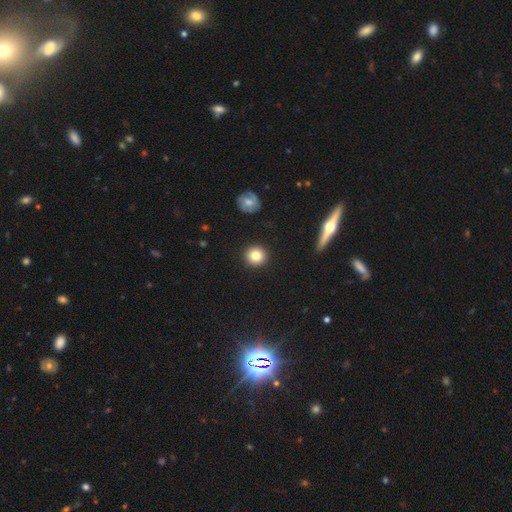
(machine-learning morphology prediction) Smooth or featured?
  - smooth: 83% *
  - star or artifact: 9%
  - featured or disk: 8%
How rounded?
  - round: 93% *
  - in between: 6%
  - cigar-shaped: 1%
Merging?
  - none: 92% *
  - minor disturbance: 5%
  - major disturbance: 2%
  - merger: 1%